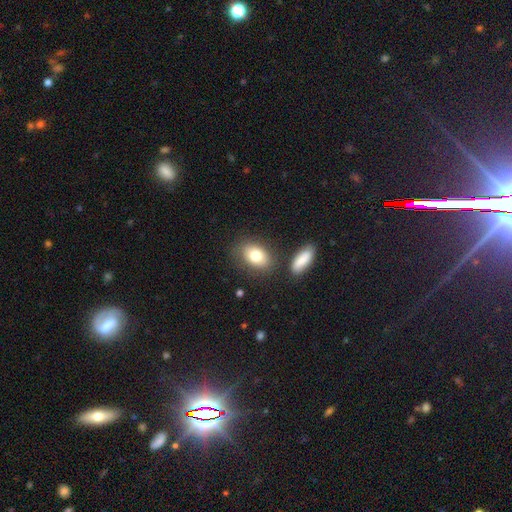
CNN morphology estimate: Smooth or featured? smooth (80%)
How rounded? in between (84%)
Merging? none (73%)